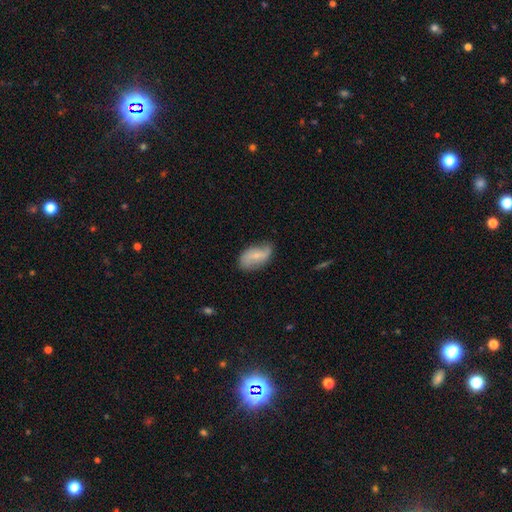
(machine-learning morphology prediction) This is possibly a featured or disk galaxy (51%). It is clearly not viewed edge-on (94%). Merging: likely none (64%).